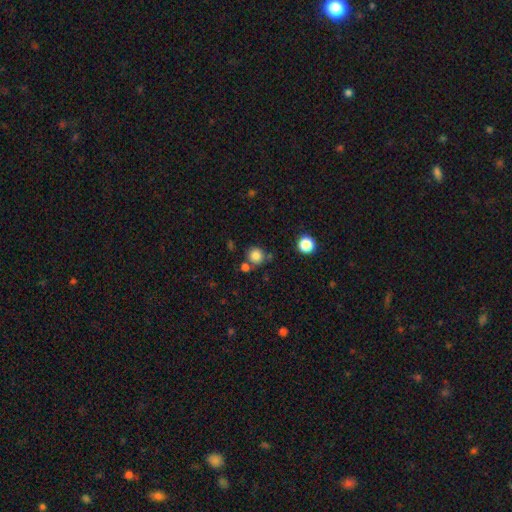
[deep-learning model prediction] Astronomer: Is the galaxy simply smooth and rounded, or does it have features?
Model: smooth — 83%.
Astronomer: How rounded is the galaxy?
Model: round — 91%.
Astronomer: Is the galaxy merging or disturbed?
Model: none — 72%.